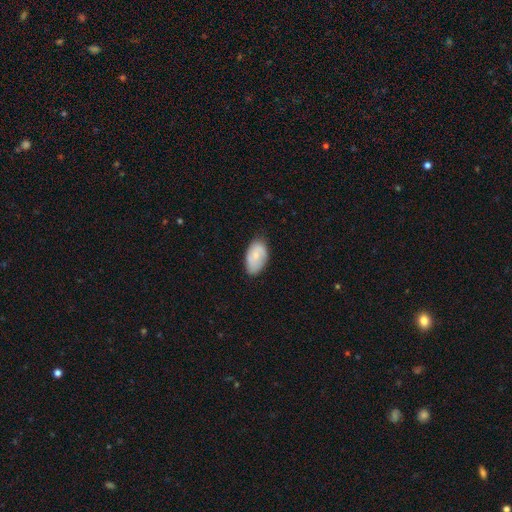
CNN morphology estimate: type=smooth (68%); roundness=in between (93%); merging=none (74%).